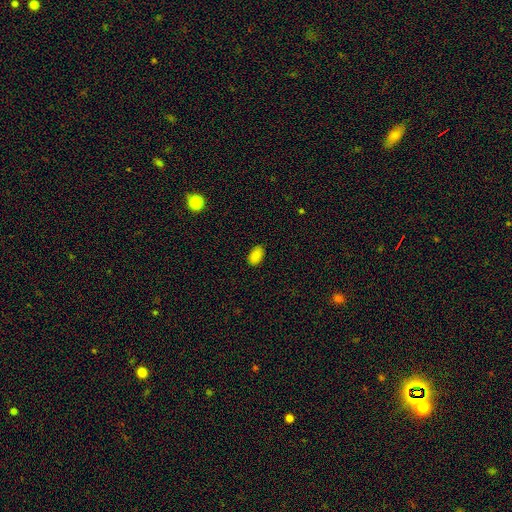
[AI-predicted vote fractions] Smooth or featured? Predicted: smooth (p=0.86). How rounded? Predicted: in between (p=0.93). Merging? Predicted: none (p=0.85).